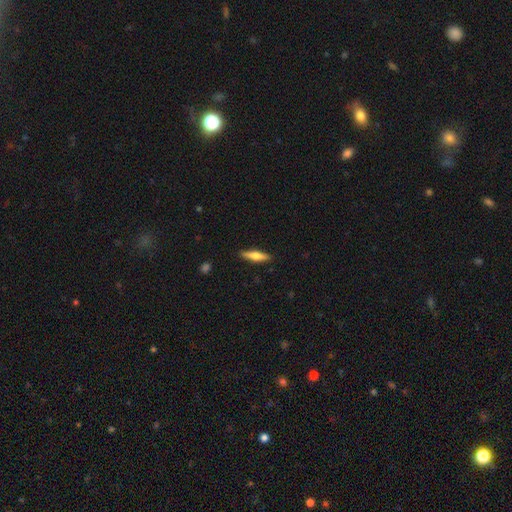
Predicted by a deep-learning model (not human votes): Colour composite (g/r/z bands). It shows a smooth galaxy with no disk features (55%) that is cigar-shaped (75%). Merging: none (89%).